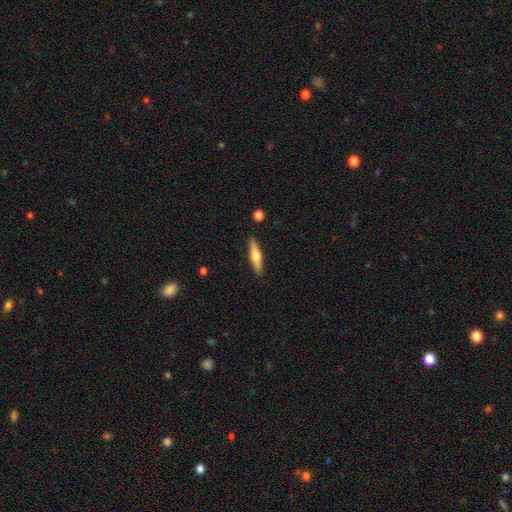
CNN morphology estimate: smooth_or_featured: smooth (p=0.48) [alt: featured or disk p=0.46]
merging: none (p=0.89) [alt: minor disturbance p=0.07]